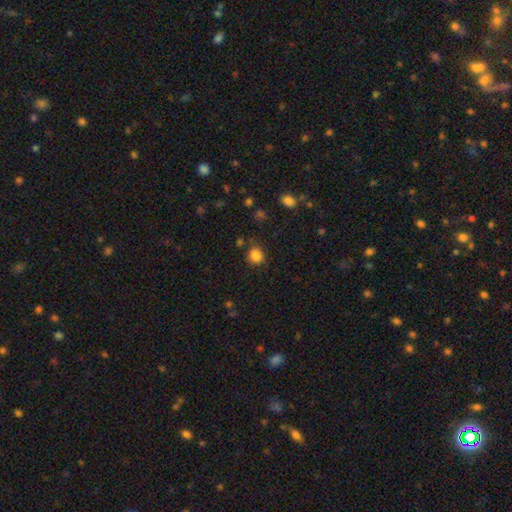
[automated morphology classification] Smooth or featured?
  - smooth: 85% *
  - star or artifact: 12%
  - featured or disk: 4%
How rounded?
  - round: 81% *
  - in between: 18%
  - cigar-shaped: 1%
Merging?
  - none: 81% *
  - minor disturbance: 12%
  - major disturbance: 4%
  - merger: 3%